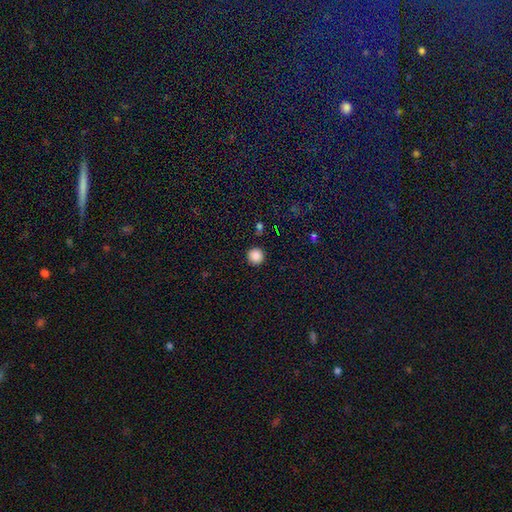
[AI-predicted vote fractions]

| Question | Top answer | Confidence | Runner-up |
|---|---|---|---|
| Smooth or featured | smooth | 87% | star or artifact (10%) |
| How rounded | round | 95% | in between (4%) |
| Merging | none | 91% | minor disturbance (6%) |